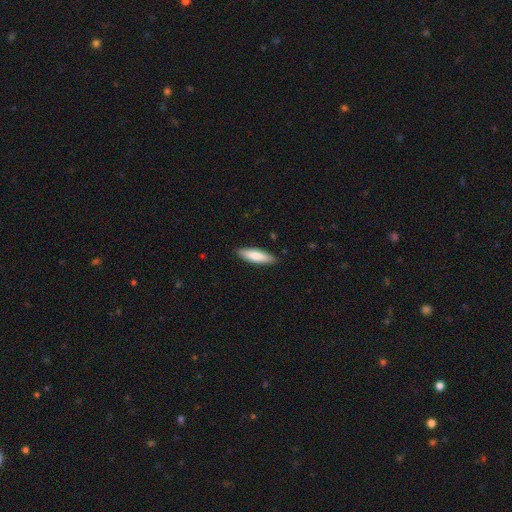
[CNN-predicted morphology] smooth_or_featured: smooth (p=0.82) [alt: featured or disk p=0.13]
how_rounded: cigar-shaped (p=0.65) [alt: in between p=0.34]
merging: none (p=0.88) [alt: minor disturbance p=0.09]